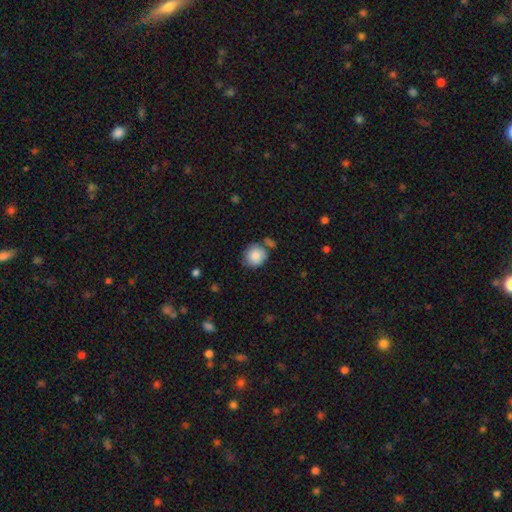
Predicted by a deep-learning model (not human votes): Q: Smooth or featured?
A: smooth (87%); runner-up: star or artifact (8%)
Q: How rounded?
A: round (89%); runner-up: in between (10%)
Q: Merging?
A: none (71%); runner-up: minor disturbance (14%)